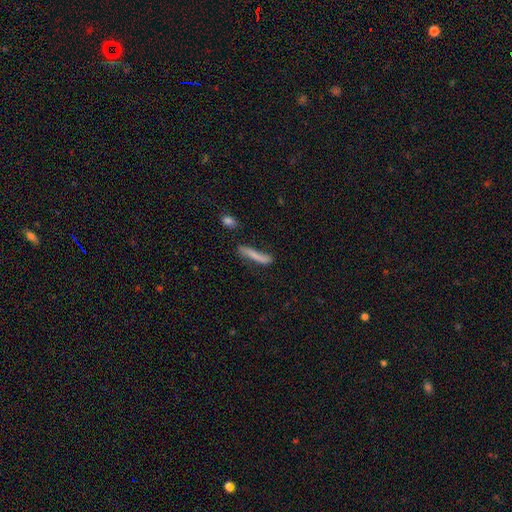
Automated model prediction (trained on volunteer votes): This is likely a smooth galaxy (71%). How rounded: clearly cigar-shaped (89%). Merging: possibly none (59%).